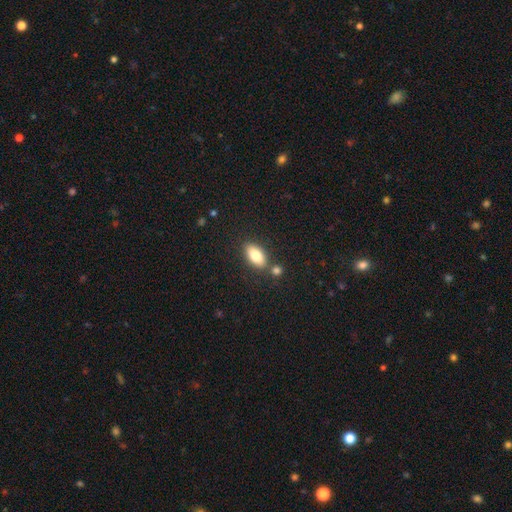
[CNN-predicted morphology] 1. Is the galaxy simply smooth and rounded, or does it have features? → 80% smooth, 13% featured or disk, 7% star or artifact.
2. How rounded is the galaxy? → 89% in between, 7% cigar-shaped, 4% round.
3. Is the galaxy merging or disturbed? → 75% none, 13% merger, 10% minor disturbance, 3% major disturbance.